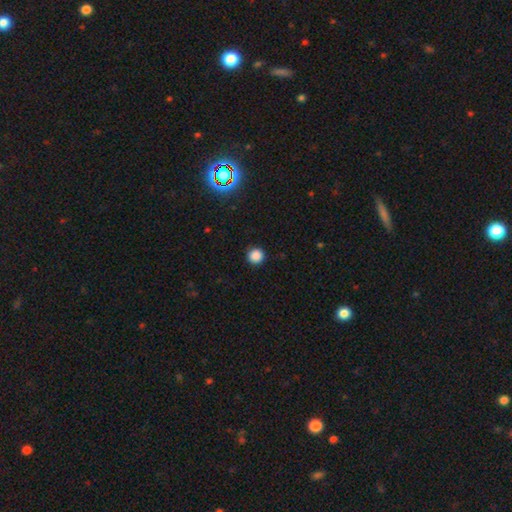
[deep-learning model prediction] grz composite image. It shows a smooth galaxy with no disk features (85%) that is round (95%). Merging: none (91%).